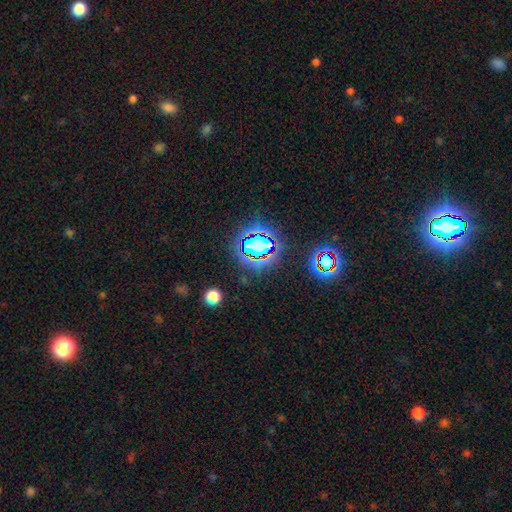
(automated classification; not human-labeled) Smooth or featured: star or artifact — 78% (smooth — 14%)